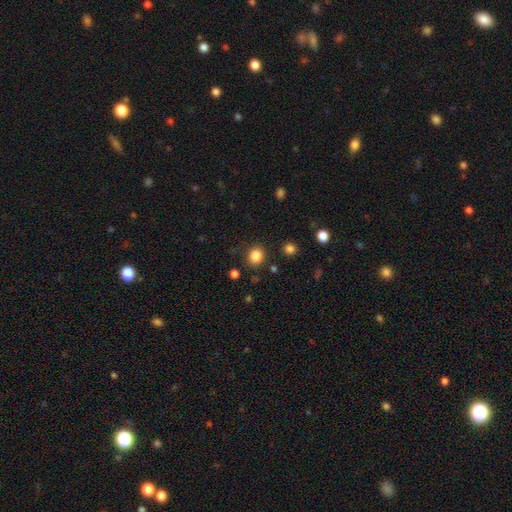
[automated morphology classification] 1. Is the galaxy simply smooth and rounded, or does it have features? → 85% smooth, 11% star or artifact, 4% featured or disk.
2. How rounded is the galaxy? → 71% round, 28% in between, 1% cigar-shaped.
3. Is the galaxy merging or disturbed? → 84% none, 10% minor disturbance, 4% major disturbance, 3% merger.